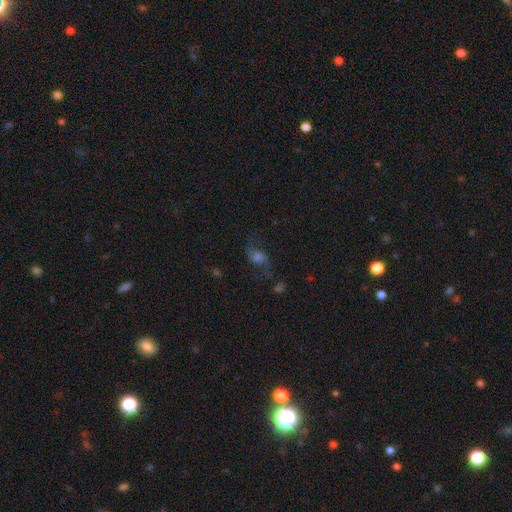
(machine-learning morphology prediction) Q: Smooth or featured?
A: featured or disk (60%); runner-up: smooth (20%)
Q: Edge-on disk?
A: no (93%); runner-up: yes (7%)
Q: Bar?
A: no (58%); runner-up: weak (34%)
Q: Spiral arms?
A: yes (91%); runner-up: no (9%)
Q: Spiral winding?
A: loose (76%); runner-up: medium (20%)
Q: Spiral arm count?
A: 2 (91%); runner-up: can't tell (3%)
Q: Bulge size?
A: moderate (40%); runner-up: large (25%)
Q: Merging?
A: none (69%); runner-up: minor disturbance (15%)